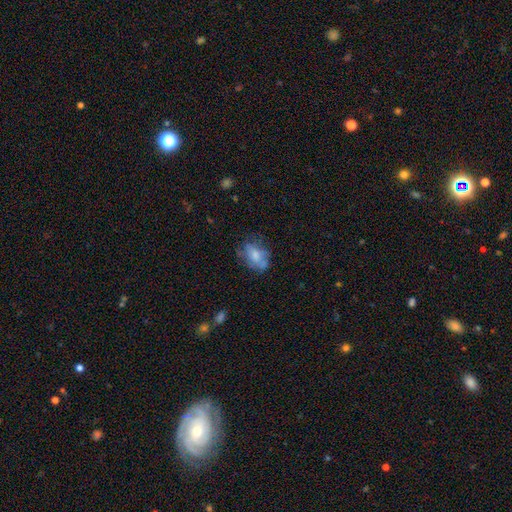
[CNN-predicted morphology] Smooth or featured? Predicted: smooth (p=0.59). How rounded? Predicted: in between (p=0.77). Merging? Predicted: none (p=0.53).